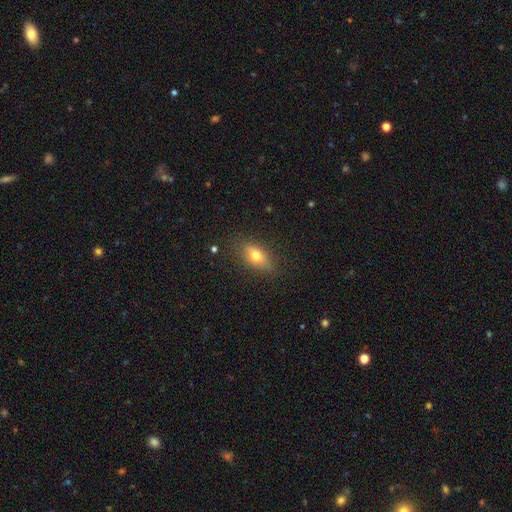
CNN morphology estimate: Smooth or featured: smooth — 67% (featured or disk — 24%)
How rounded: in between — 76% (cigar-shaped — 14%)
Merging: none — 80% (minor disturbance — 14%)